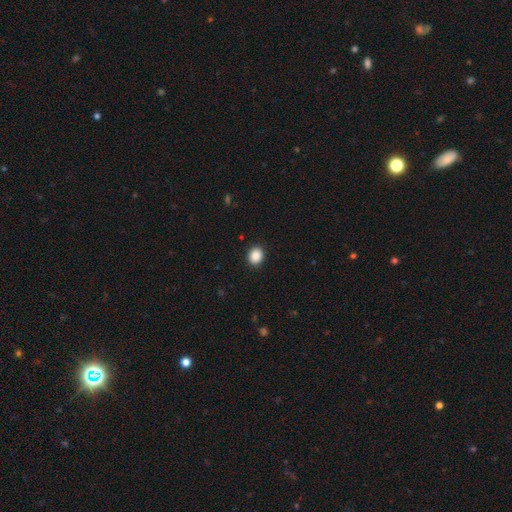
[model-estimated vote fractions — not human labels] smooth 89%, star or artifact 9%, featured or disk 3%. Down the decision tree: how rounded — round (70%); merging — none (91%).